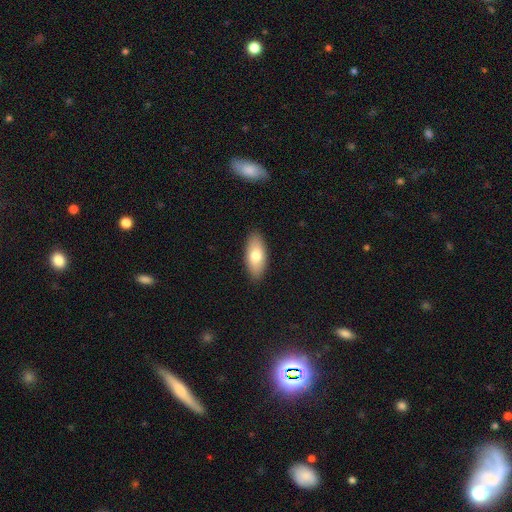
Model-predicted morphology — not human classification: smooth_or_featured: smooth (p=0.75) [alt: featured or disk p=0.19]
how_rounded: in between (p=0.86) [alt: cigar-shaped p=0.11]
merging: none (p=0.88) [alt: minor disturbance p=0.09]